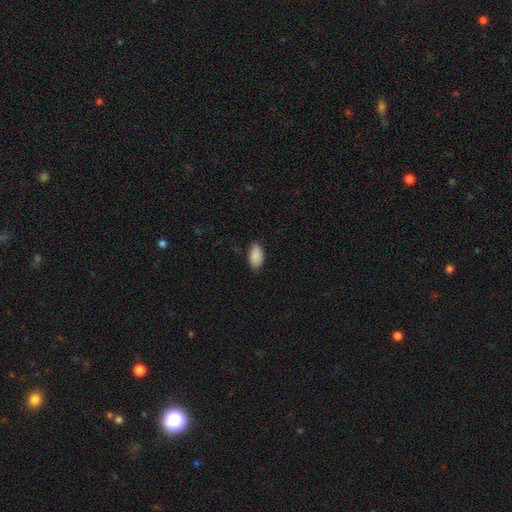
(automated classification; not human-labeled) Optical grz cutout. It shows a smooth galaxy with no disk features (89%) that is in between round and cigar-shaped (94%). Merging: none (81%).